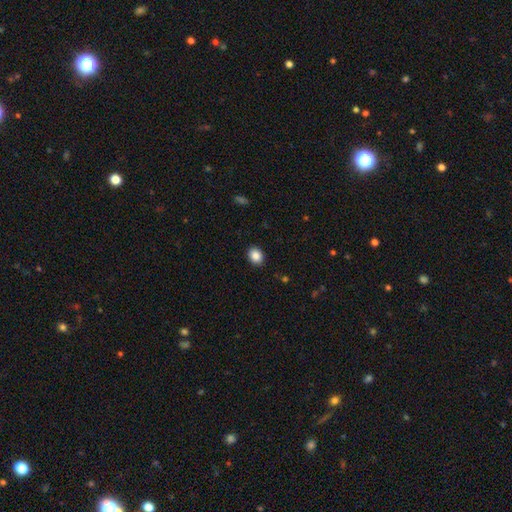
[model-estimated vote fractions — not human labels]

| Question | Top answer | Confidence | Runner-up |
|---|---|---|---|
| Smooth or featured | smooth | 87% | star or artifact (9%) |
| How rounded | round | 50% | in between (49%) |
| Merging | none | 90% | minor disturbance (7%) |